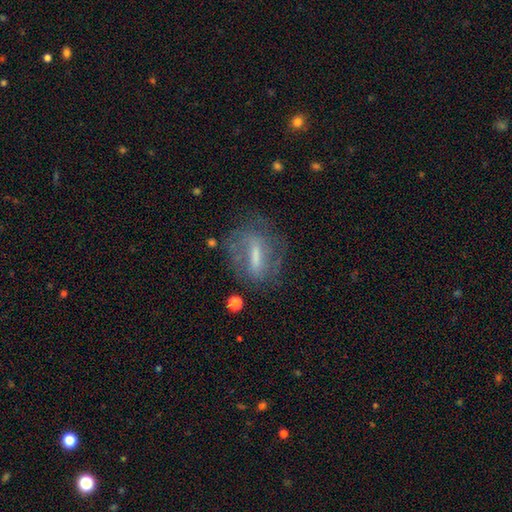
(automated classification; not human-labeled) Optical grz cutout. It shows a featured or disk galaxy (61%) with a strong bar (55%), spiral arms (59%) and a moderate central bulge (32%). Merging: none (61%).